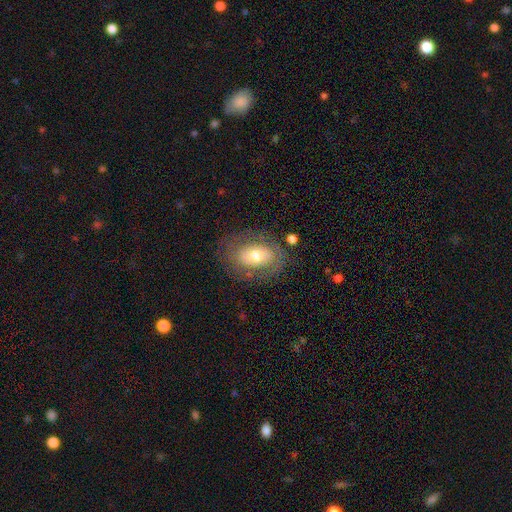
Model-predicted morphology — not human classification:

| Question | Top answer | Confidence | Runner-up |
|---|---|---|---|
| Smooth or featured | smooth | 53% | featured or disk (39%) |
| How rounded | in between | 77% | round (22%) |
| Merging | none | 73% | minor disturbance (16%) |